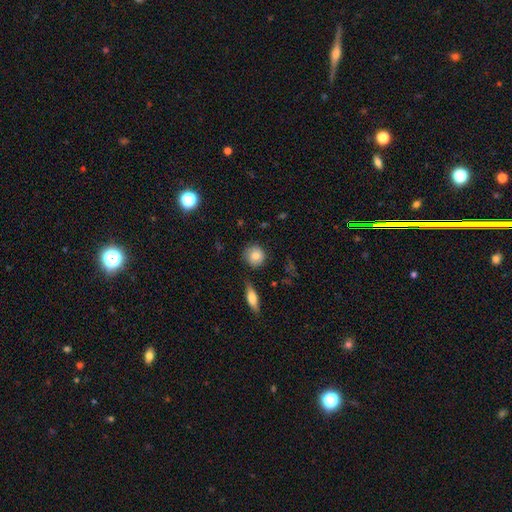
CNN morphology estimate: This is likely a smooth galaxy (79%). How rounded: clearly round (88%). Merging: likely none (77%).